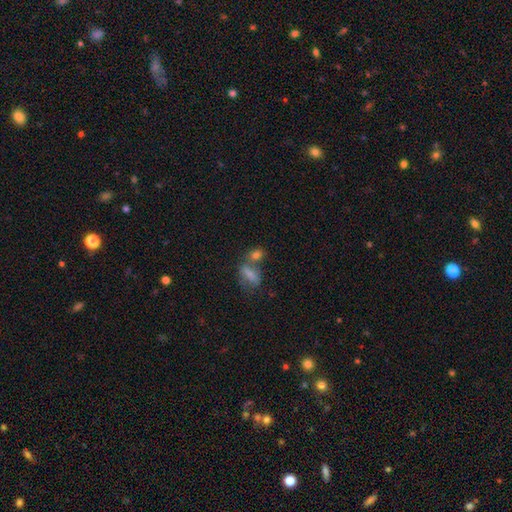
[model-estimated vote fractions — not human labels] A smooth galaxy with no disk features (67%) that is in between round and cigar-shaped (65%). Merging: merger (43%).